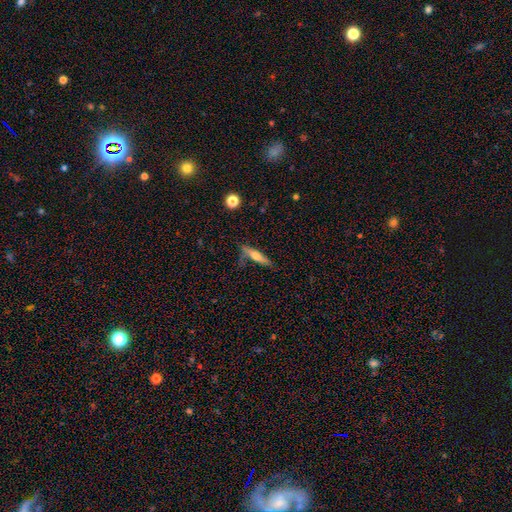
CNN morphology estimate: This is possibly a smooth galaxy (55%). How rounded: likely cigar-shaped (79%). Merging: likely none (65%).